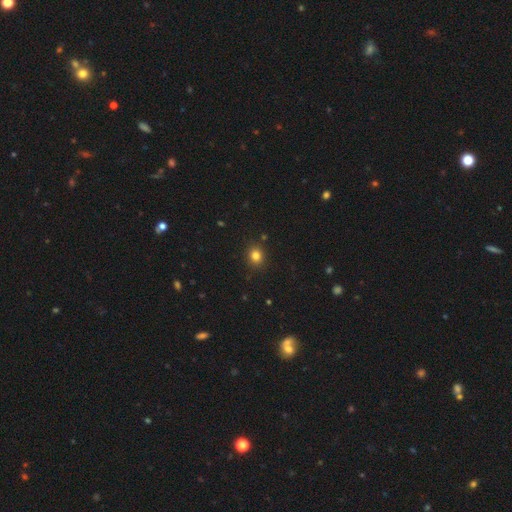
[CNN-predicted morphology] A smooth galaxy with no disk features (82%) that is round (77%).

Vote fractions:
- Smooth or featured? smooth: 82% / star or artifact: 13% / featured or disk: 5%
- How rounded? round: 77% / in between: 23% / cigar-shaped: 1%
- Merging? none: 88% / minor disturbance: 8% / major disturbance: 2% / merger: 2%